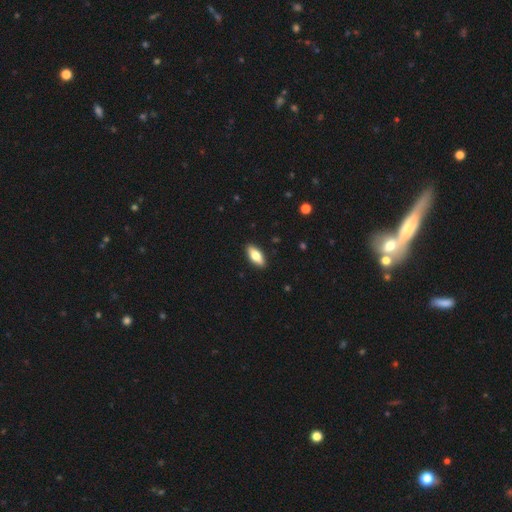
Volunteers were most divided on "smooth or featured": smooth: 74%, featured or disk: 21%, star or artifact: 5%. More confident: merging — none (92%); how rounded — in between (83%).